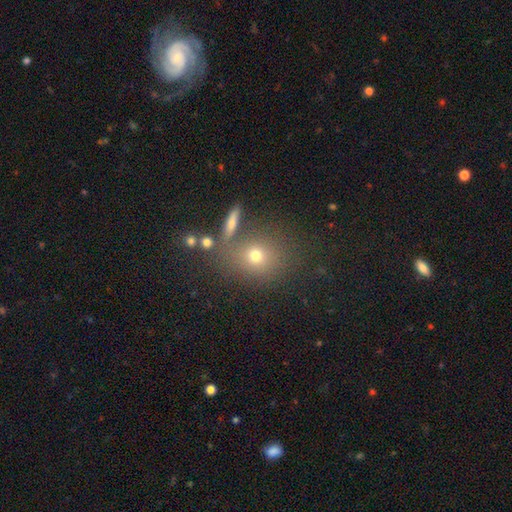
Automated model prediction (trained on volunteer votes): A smooth galaxy with no disk features (67%) that is round (72%). Merging: none (69%).